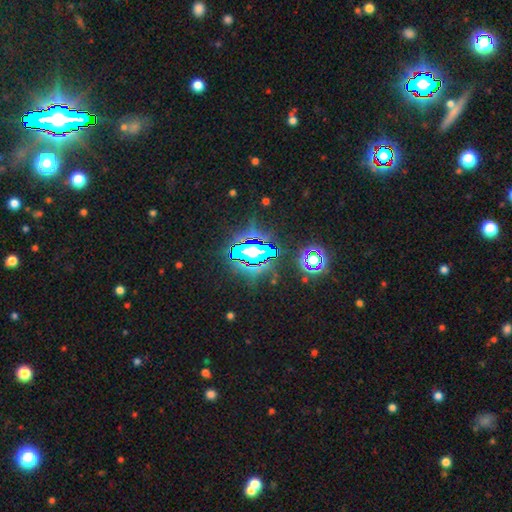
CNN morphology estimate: Q: Smooth or featured?
A: star or artifact (83%); runner-up: smooth (10%)